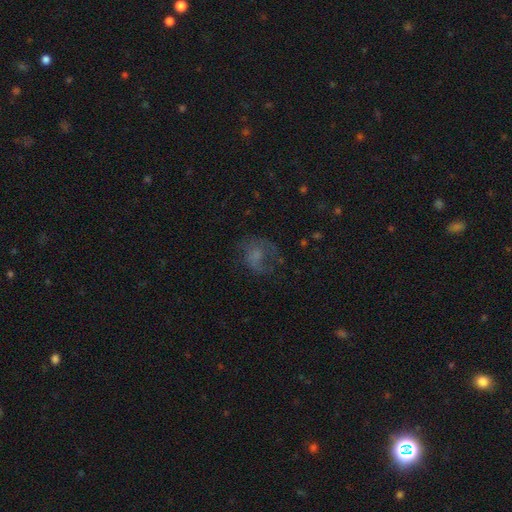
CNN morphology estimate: This appears to be a smooth galaxy with no disk features (45%). Merging: none (41%).